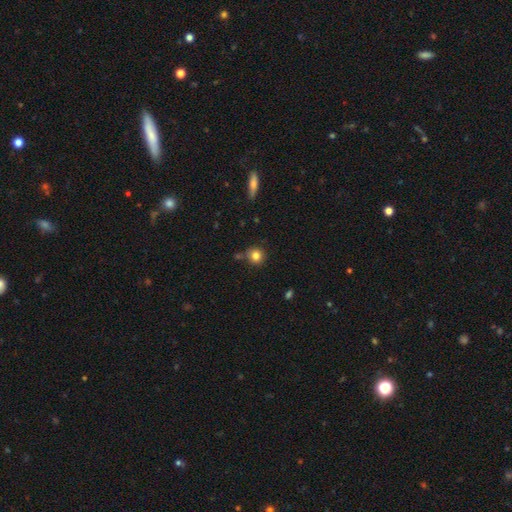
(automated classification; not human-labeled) Smooth or featured? Predicted: smooth (p=0.82). How rounded? Predicted: round (p=0.91). Merging? Predicted: none (p=0.77).